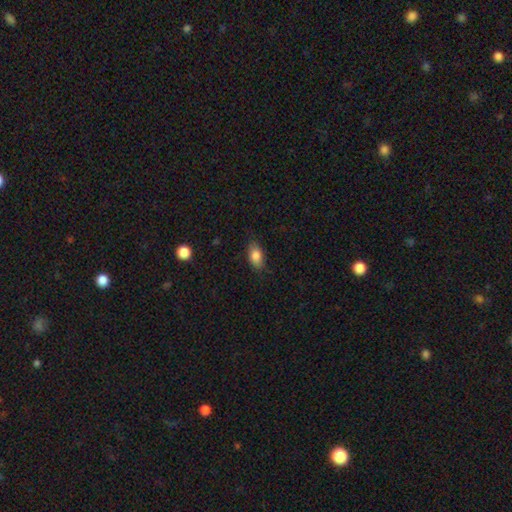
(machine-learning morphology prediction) smooth-or-featured: smooth: 83% | featured or disk: 9% | star or artifact: 8%
  how-rounded: in between: 86% | round: 9% | cigar-shaped: 5%
  merging: none: 78% | minor disturbance: 17% | major disturbance: 4% | merger: 1%